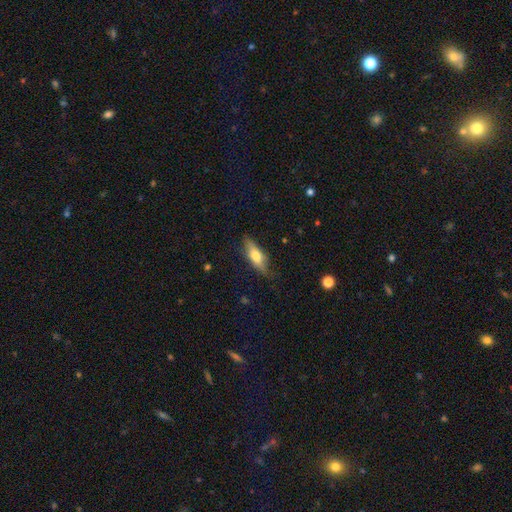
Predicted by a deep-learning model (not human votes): Smooth or featured? smooth (54%)
How rounded? cigar-shaped (49%)
Merging? none (76%)